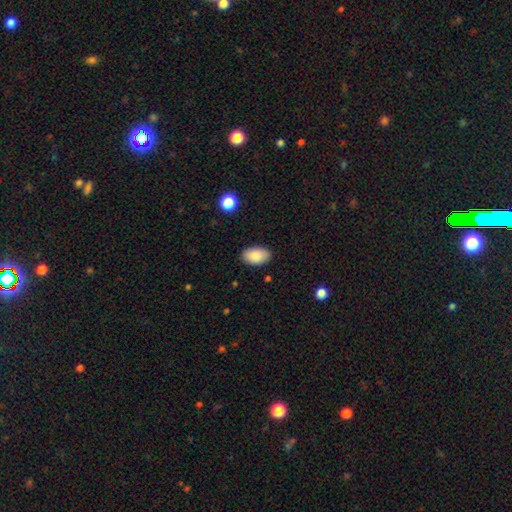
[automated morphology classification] The model was most divided on "merging": none: 87%, minor disturbance: 10%, major disturbance: 2%, merger: 1%. More confident: how rounded — in between (93%); smooth or featured — smooth (88%).